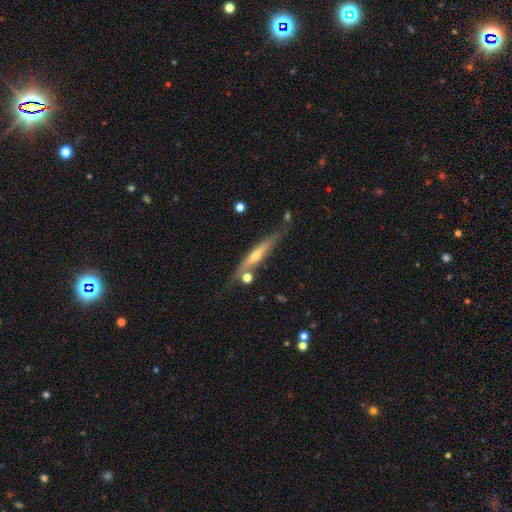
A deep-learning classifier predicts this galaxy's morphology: The model was most divided on "smooth or featured": featured or disk: 66%, smooth: 28%, star or artifact: 7%. More confident: edge-on disk — yes (92%); edge-on bulge — rounded (74%); merging — none (73%).